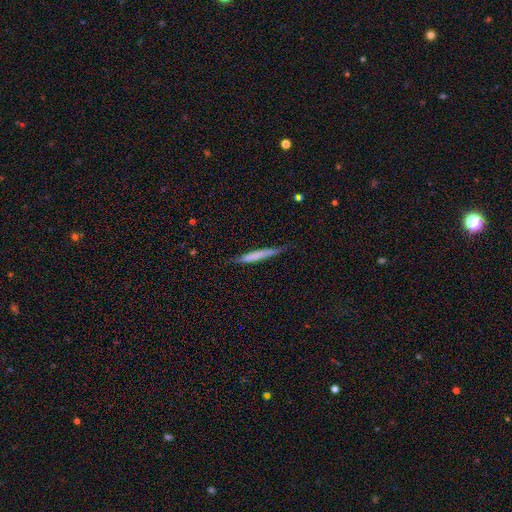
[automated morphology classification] smooth 56%, featured or disk 38%, star or artifact 6%. Down the decision tree: how rounded — cigar-shaped (95%); merging — none (77%).